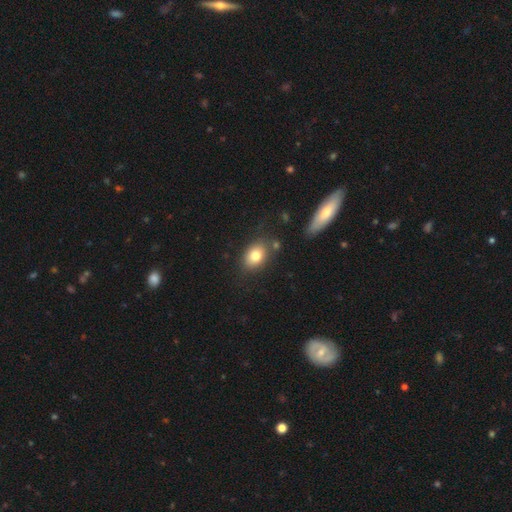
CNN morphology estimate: This is likely a smooth galaxy (80%). How rounded: likely in between (75%). Merging: likely none (76%).